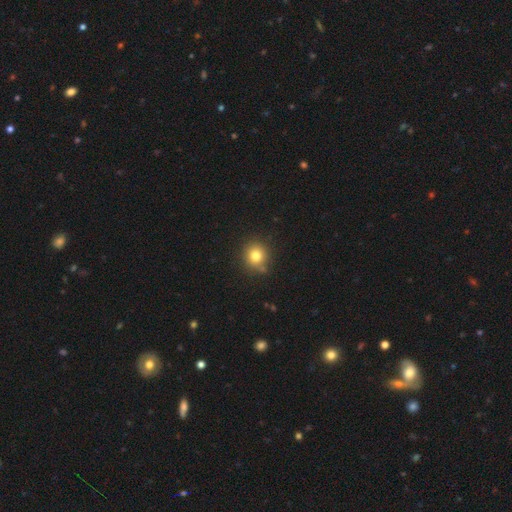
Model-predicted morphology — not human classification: A smooth galaxy with no disk features (79%) that is round (89%). Merging: none (81%).